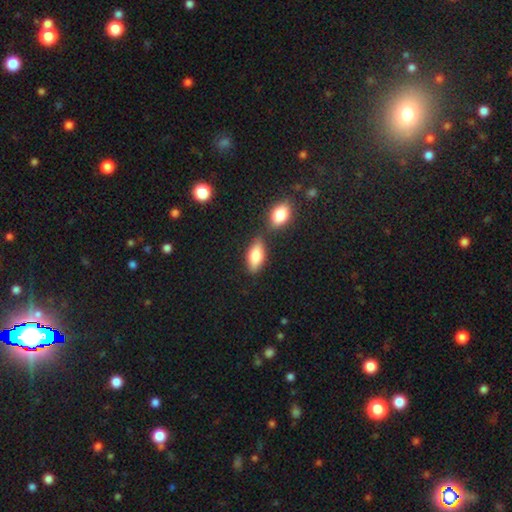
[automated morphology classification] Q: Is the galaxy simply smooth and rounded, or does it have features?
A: smooth — 76%.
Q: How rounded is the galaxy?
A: in between — 84%.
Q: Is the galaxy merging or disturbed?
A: none — 64%.